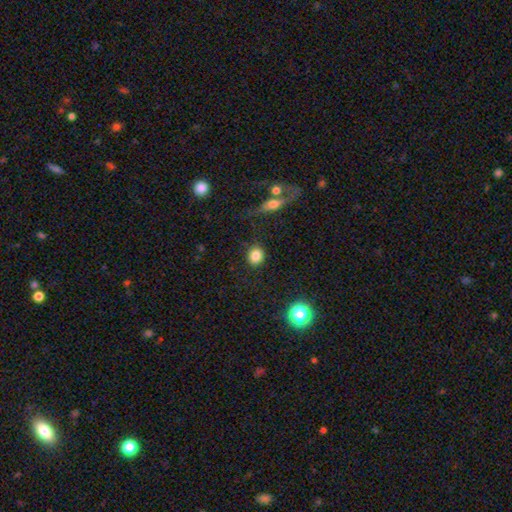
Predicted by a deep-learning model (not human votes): A smooth galaxy with no disk features (84%) that is round (70%). Merging: none (85%).